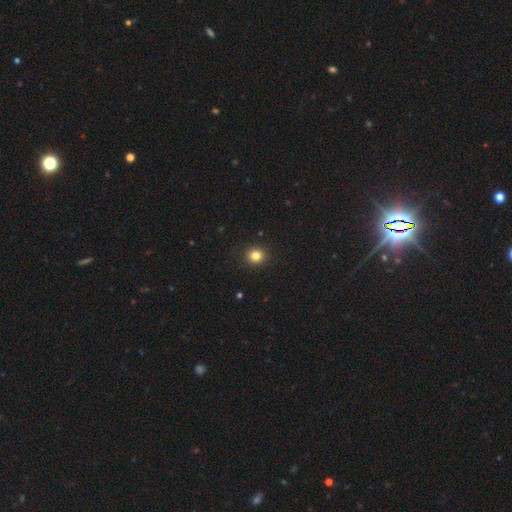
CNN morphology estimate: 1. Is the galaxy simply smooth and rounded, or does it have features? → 83% smooth, 12% star or artifact, 5% featured or disk.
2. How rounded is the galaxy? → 88% round, 11% in between, 1% cigar-shaped.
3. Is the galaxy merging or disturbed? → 92% none, 5% minor disturbance, 2% major disturbance, 1% merger.